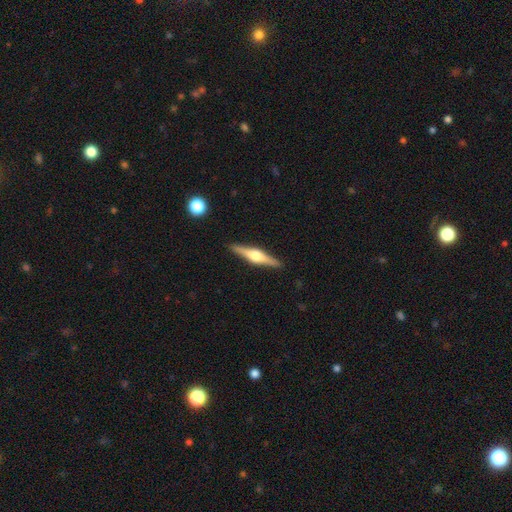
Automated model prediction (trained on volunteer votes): Smooth or featured? featured or disk (75%)
Edge-on disk? yes (98%)
Edge-on bulge? rounded (93%)
Merging? none (91%)